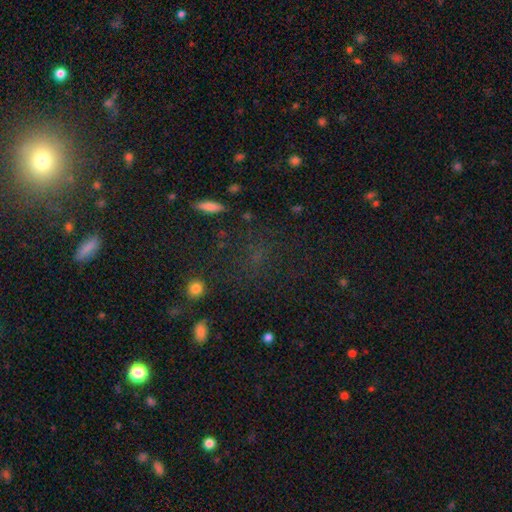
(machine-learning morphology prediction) smooth_or_featured: star or artifact (p=0.54) [alt: smooth p=0.33]